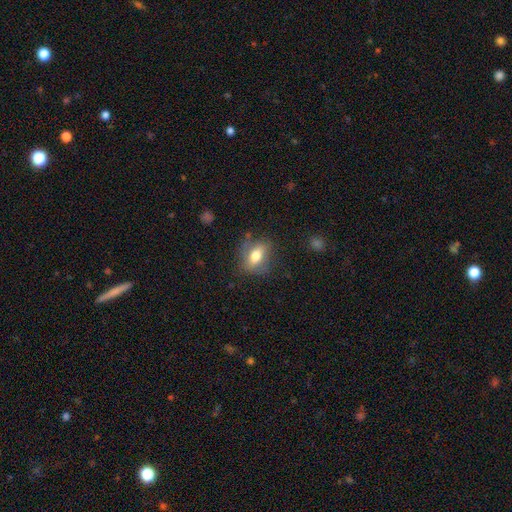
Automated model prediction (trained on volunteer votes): Overall: smooth (67%). How rounded: in between (74%). Merging: none (67%).